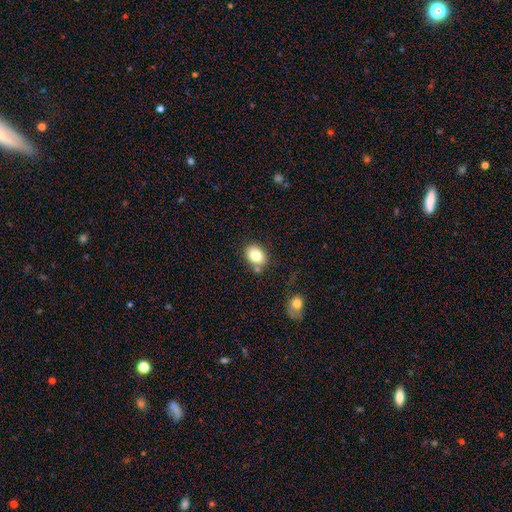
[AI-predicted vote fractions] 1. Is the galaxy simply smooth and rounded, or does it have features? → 81% smooth, 10% featured or disk, 9% star or artifact.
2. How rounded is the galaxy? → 65% in between, 34% round, 1% cigar-shaped.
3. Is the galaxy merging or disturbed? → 74% none, 14% minor disturbance, 9% merger, 3% major disturbance.